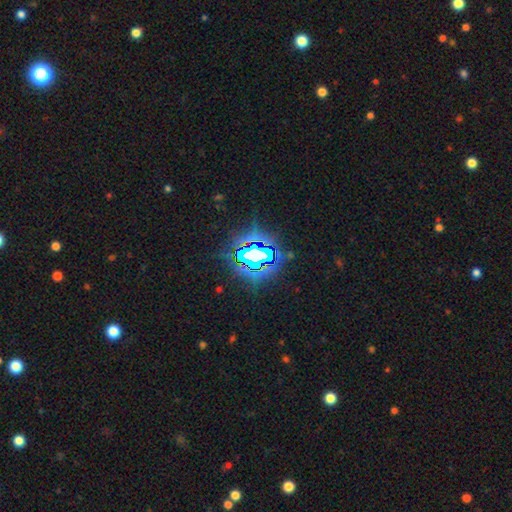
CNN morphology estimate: Smooth or featured? star or artifact (76%)